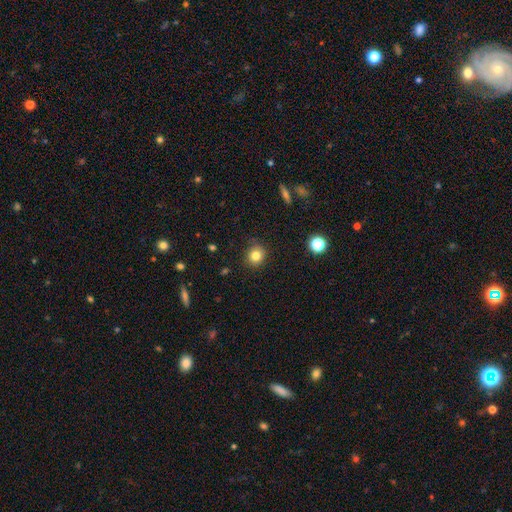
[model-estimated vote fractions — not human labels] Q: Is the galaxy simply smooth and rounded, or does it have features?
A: smooth — 81%.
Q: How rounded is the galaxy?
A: round — 83%.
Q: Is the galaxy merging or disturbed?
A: none — 86%.